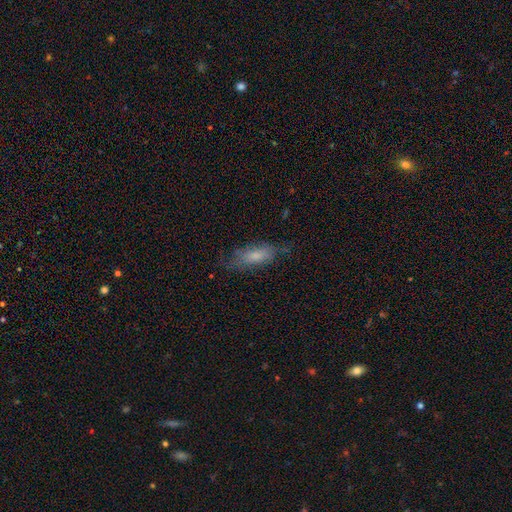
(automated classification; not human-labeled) This is likely a smooth galaxy (62%). How rounded: likely in between (69%). Merging: possibly none (57%).